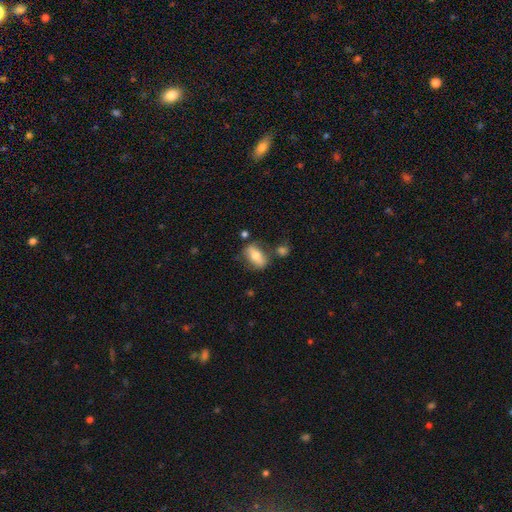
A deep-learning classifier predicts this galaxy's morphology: This appears to be a smooth galaxy with no disk features (62%) that is in between round and cigar-shaped (83%). Merging: none (65%).